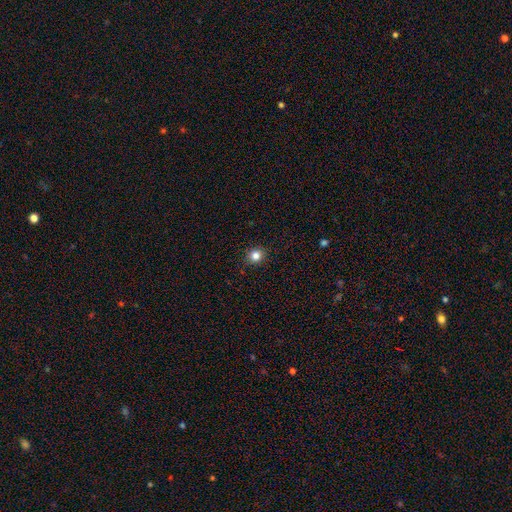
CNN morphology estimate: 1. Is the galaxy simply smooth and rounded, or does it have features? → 83% smooth, 12% star or artifact, 5% featured or disk.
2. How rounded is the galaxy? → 85% round, 14% in between, 1% cigar-shaped.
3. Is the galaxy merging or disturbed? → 90% none, 7% minor disturbance, 2% major disturbance, 1% merger.